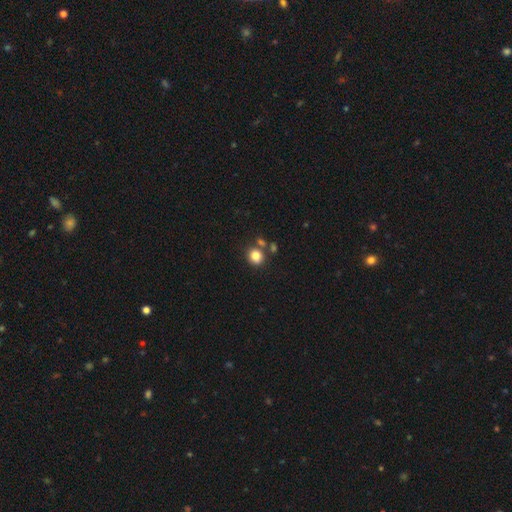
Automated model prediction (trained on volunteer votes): Smooth or featured: smooth — 82% (star or artifact — 11%)
How rounded: round — 77% (in between — 22%)
Merging: none — 69% (merger — 17%)